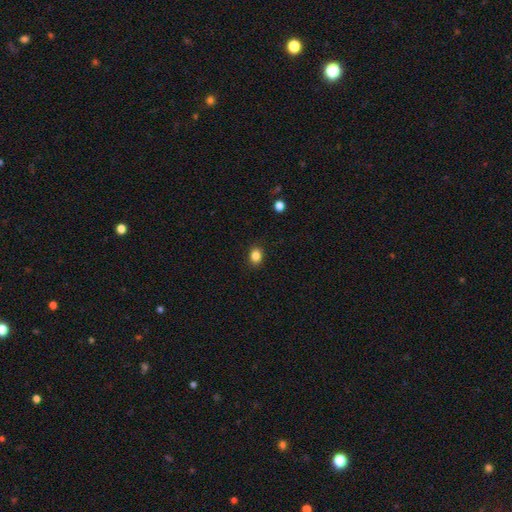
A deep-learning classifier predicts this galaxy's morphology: smooth 85%, star or artifact 10%, featured or disk 4%. Down the decision tree: how rounded — in between (53%); merging — none (89%).